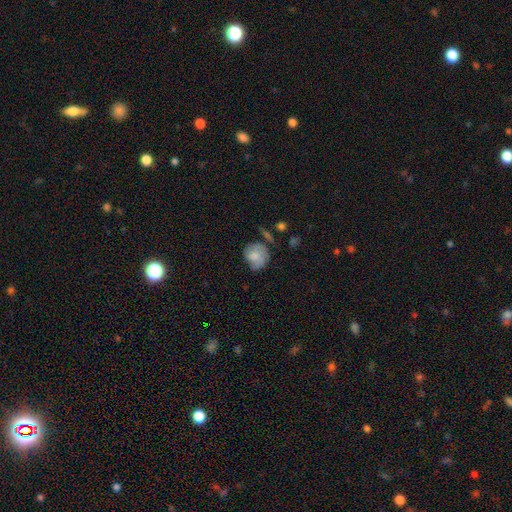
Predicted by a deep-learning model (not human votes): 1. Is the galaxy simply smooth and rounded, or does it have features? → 68% smooth, 24% featured or disk, 8% star or artifact.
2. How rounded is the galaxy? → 72% round, 27% in between, 1% cigar-shaped.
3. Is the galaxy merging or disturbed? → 50% none, 32% minor disturbance, 13% major disturbance, 5% merger.